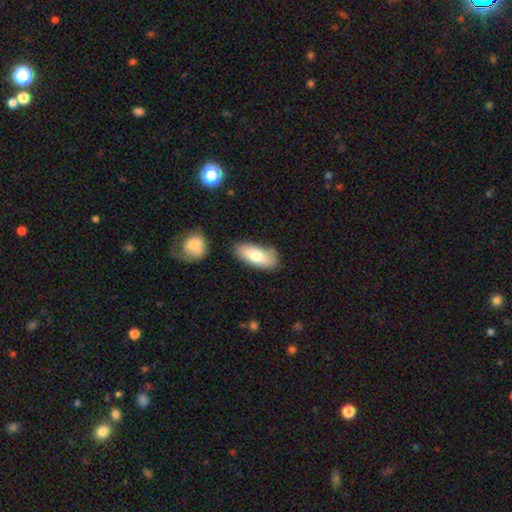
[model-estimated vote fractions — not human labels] The model was most divided on "smooth or featured": smooth: 76%, featured or disk: 18%, star or artifact: 6%. More confident: how rounded — in between (84%); merging — none (76%).